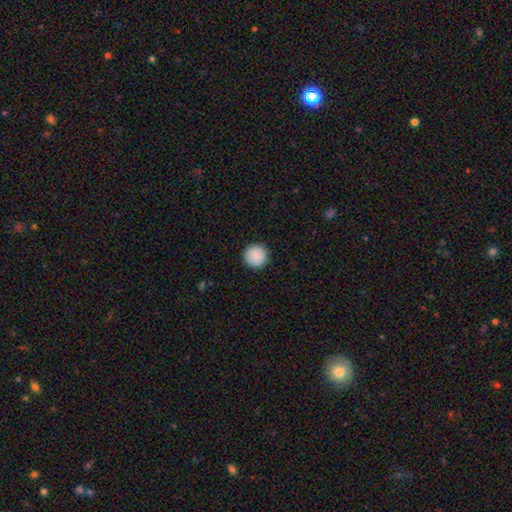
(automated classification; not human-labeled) Smooth or featured?
  - smooth: 90% *
  - star or artifact: 7%
  - featured or disk: 4%
How rounded?
  - round: 97% *
  - in between: 2%
  - cigar-shaped: 1%
Merging?
  - none: 93% *
  - minor disturbance: 5%
  - major disturbance: 1%
  - merger: 1%